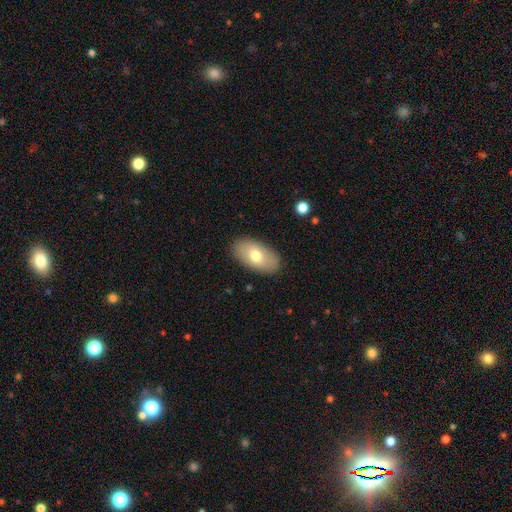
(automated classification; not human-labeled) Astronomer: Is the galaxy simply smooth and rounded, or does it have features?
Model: smooth — 71%.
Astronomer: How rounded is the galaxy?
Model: in between — 94%.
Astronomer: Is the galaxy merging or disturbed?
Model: none — 87%.